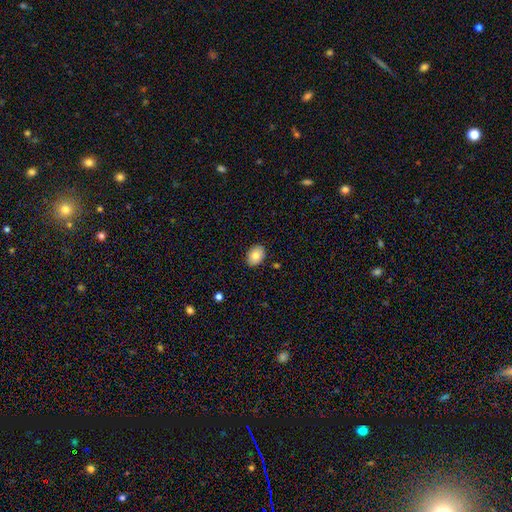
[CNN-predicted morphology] Q: Smooth or featured?
A: smooth (81%); runner-up: featured or disk (11%)
Q: How rounded?
A: in between (72%); runner-up: round (27%)
Q: Merging?
A: none (88%); runner-up: minor disturbance (9%)